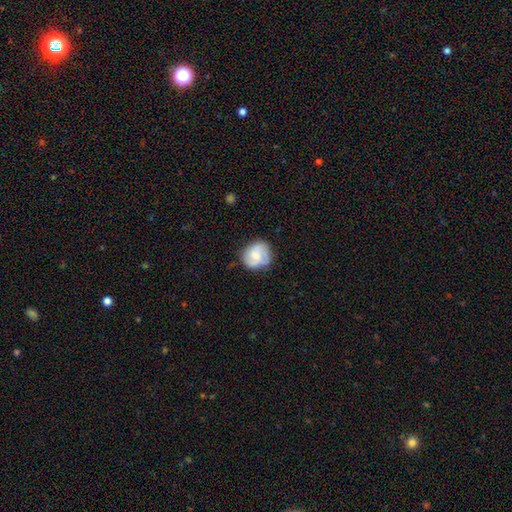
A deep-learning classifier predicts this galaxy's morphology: This is possibly a smooth galaxy (47%). Merging: likely none (70%).